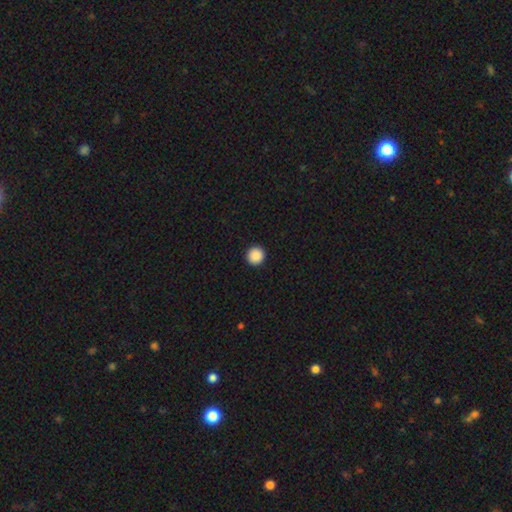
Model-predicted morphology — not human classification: smooth_or_featured: smooth (p=0.89) [alt: star or artifact p=0.09]
how_rounded: round (p=0.95) [alt: in between p=0.04]
merging: none (p=0.93) [alt: minor disturbance p=0.04]